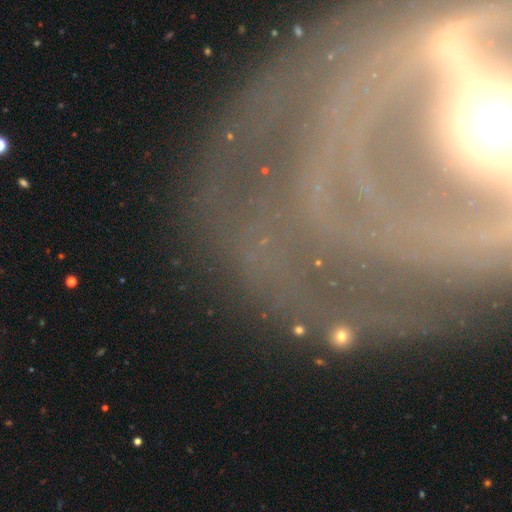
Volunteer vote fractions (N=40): Smooth or featured? featured or disk (92%)
Edge-on disk? no (92%)
Bar? strong (88%)
Spiral arms? yes (85%)
Spiral winding? tight (76%)
Spiral arm count? 2 (41%, tied with can't tell)
Bulge size? moderate (62%)
Merging? none (85%)